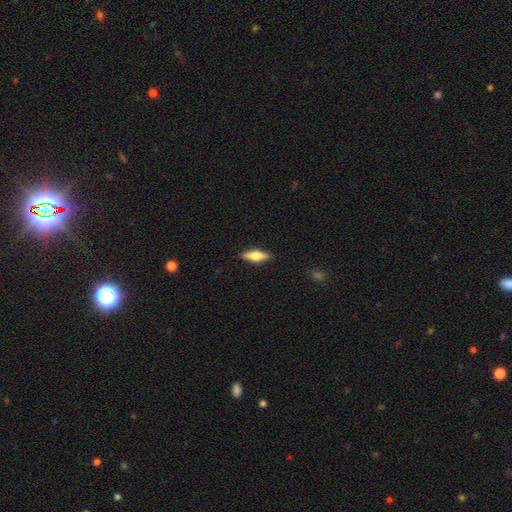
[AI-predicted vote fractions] This is possibly a smooth galaxy (57%). How rounded: possibly in between (58%). Merging: clearly none (89%).